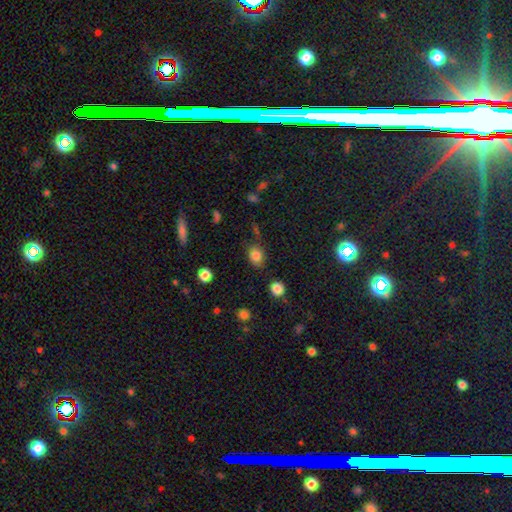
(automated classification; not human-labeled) A smooth galaxy with no disk features (82%) that is in between round and cigar-shaped (63%).

Vote fractions:
- Smooth or featured? smooth: 82% / star or artifact: 10% / featured or disk: 8%
- How rounded? in between: 63% / round: 36% / cigar-shaped: 1%
- Merging? none: 71% / minor disturbance: 20% / major disturbance: 5% / merger: 4%